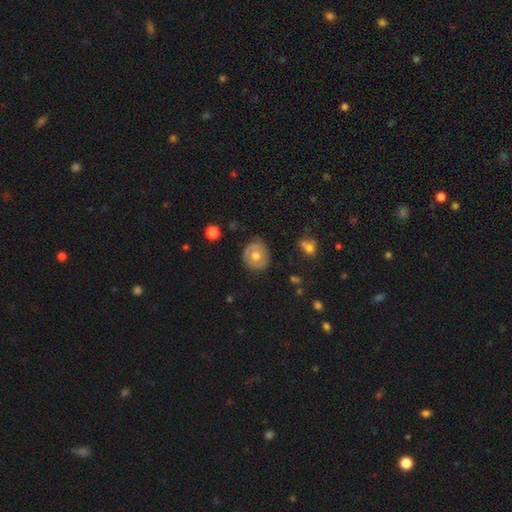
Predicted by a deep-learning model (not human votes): This appears to be a featured or disk galaxy (48%). Merging: none (72%).